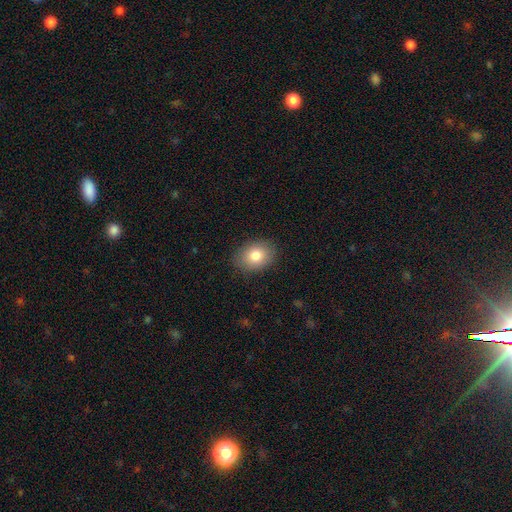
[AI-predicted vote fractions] This is clearly a smooth galaxy (82%). How rounded: likely in between (70%). Merging: clearly none (87%).